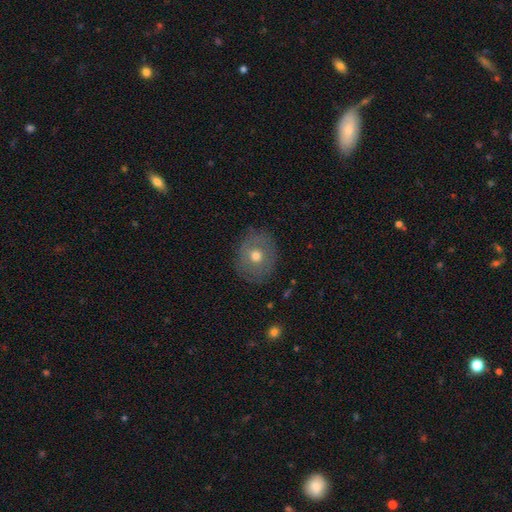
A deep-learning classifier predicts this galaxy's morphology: This appears to be a smooth galaxy with no disk features (47%). Merging: none (85%).